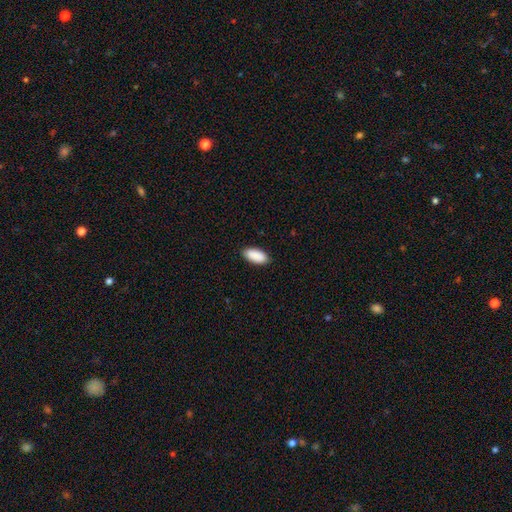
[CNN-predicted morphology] A smooth galaxy with no disk features (91%) that is in between round and cigar-shaped (93%). Merging: none (89%).